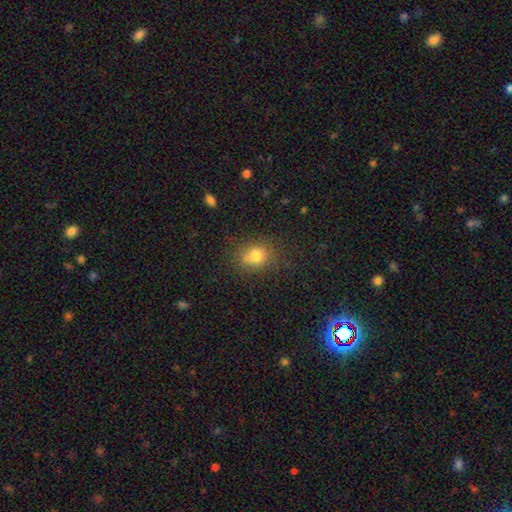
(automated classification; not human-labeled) A smooth galaxy with no disk features (79%) that is round (56%).

Vote fractions:
- Smooth or featured? smooth: 79% / star or artifact: 13% / featured or disk: 9%
- How rounded? round: 56% / in between: 42% / cigar-shaped: 1%
- Merging? none: 72% / minor disturbance: 17% / merger: 6% / major disturbance: 5%